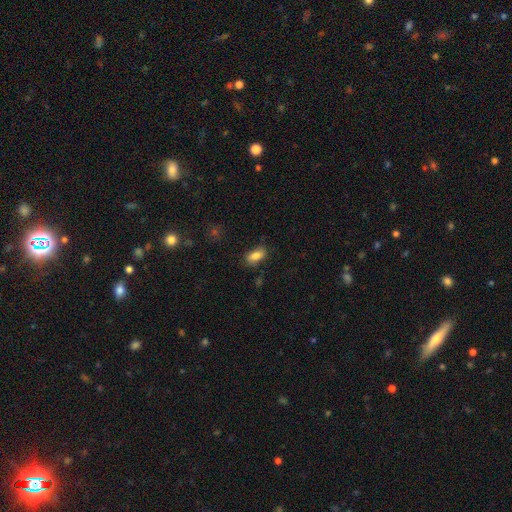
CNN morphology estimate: Overall: smooth (82%). How rounded: in between (90%). Merging: none (77%).